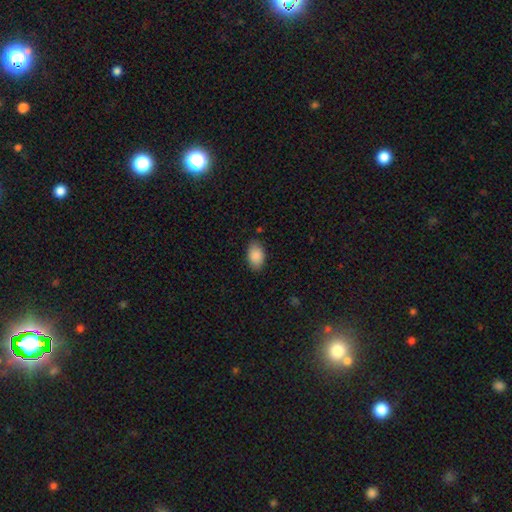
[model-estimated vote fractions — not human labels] The model was most divided on "merging": none: 83%, minor disturbance: 13%, major disturbance: 3%, merger: 1%. More confident: how rounded — in between (91%); smooth or featured — smooth (88%).